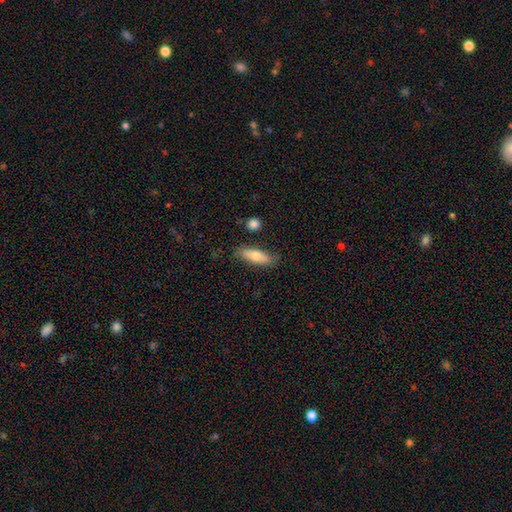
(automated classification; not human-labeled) This appears to be a smooth galaxy with no disk features (69%) that is in between round and cigar-shaped (60%). Merging: none (79%).